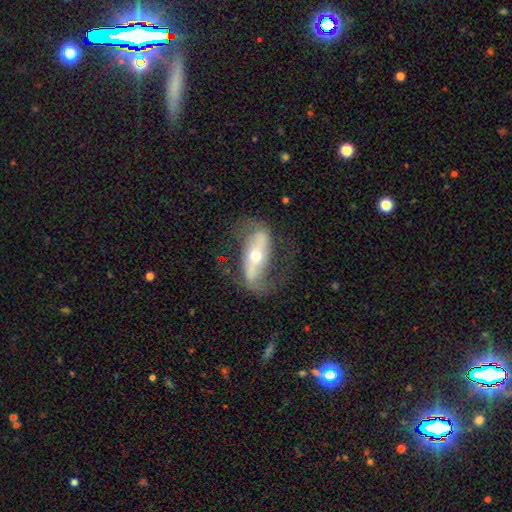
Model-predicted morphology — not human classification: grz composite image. It shows a featured or disk galaxy (78%) with a strong bar (52%), 2 (85%) loose (52%) spiral arms (84%) and a moderate central bulge (57%). Merging: none (63%).